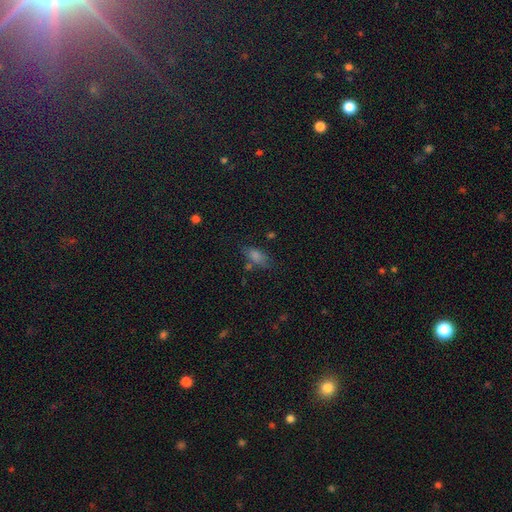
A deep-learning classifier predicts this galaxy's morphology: A smooth galaxy with no disk features (66%) that is in between round and cigar-shaped (76%). Merging: none (67%).